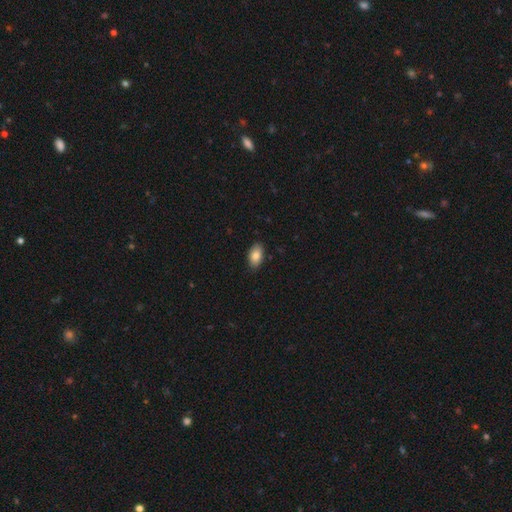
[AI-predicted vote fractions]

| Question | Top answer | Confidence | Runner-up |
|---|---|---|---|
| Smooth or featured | smooth | 83% | featured or disk (10%) |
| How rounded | in between | 93% | round (5%) |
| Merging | none | 86% | minor disturbance (11%) |